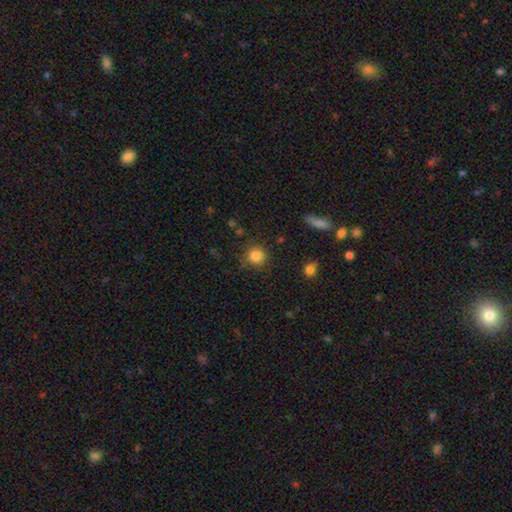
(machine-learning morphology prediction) Smooth or featured? smooth (84%)
How rounded? round (91%)
Merging? none (82%)